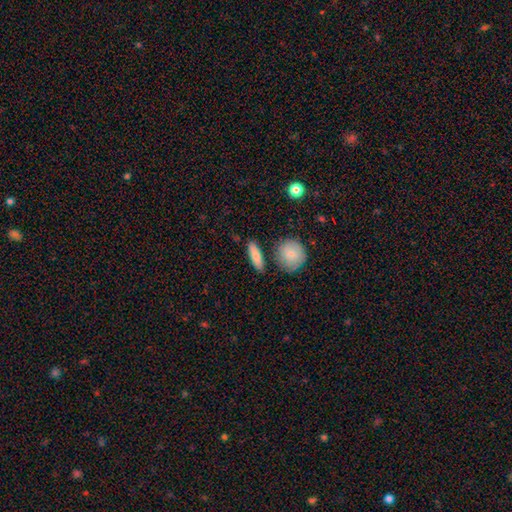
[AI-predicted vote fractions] Smooth or featured: smooth — 82% (featured or disk — 12%)
How rounded: in between — 48% (cigar-shaped — 46%)
Merging: none — 81% (minor disturbance — 11%)